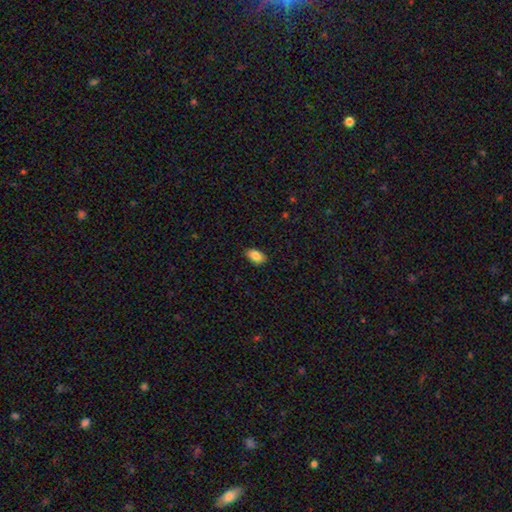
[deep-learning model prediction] smooth_or_featured: smooth (p=0.86) [alt: star or artifact p=0.08]
how_rounded: in between (p=0.91) [alt: round p=0.08]
merging: none (p=0.86) [alt: minor disturbance p=0.11]